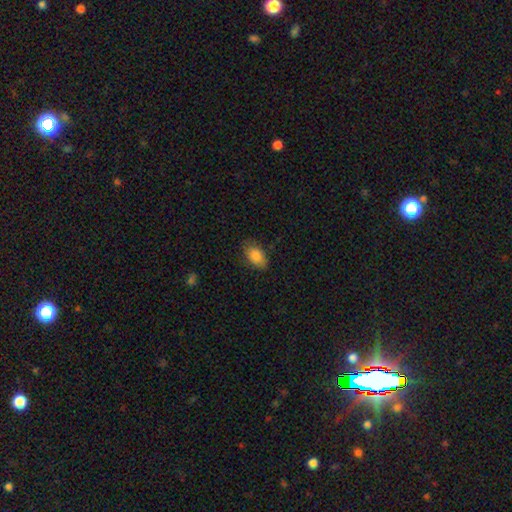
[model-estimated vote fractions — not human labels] This appears to be a smooth galaxy with no disk features (86%) that is in between round and cigar-shaped (89%). Merging: none (78%).